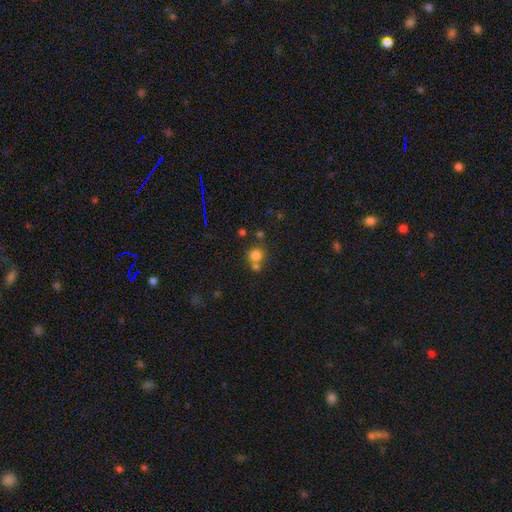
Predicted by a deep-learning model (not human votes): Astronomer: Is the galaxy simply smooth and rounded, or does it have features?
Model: smooth — 76%.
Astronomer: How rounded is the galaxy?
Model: round — 84%.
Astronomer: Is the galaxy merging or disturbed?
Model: none — 47% (runner-up: merger, 41%).